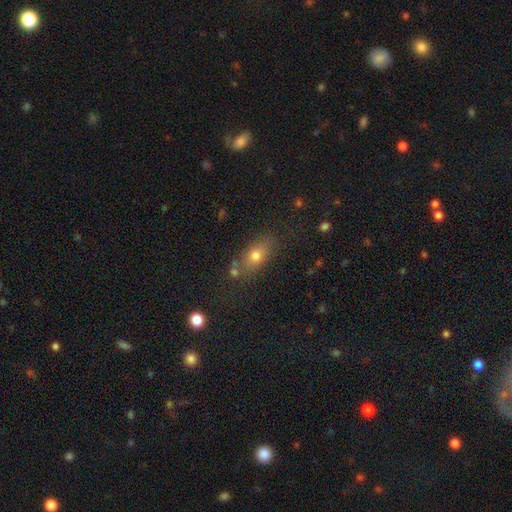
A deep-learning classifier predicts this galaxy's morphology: A smooth galaxy with no disk features (72%) that is in between round and cigar-shaped (71%). Merging: none (68%).